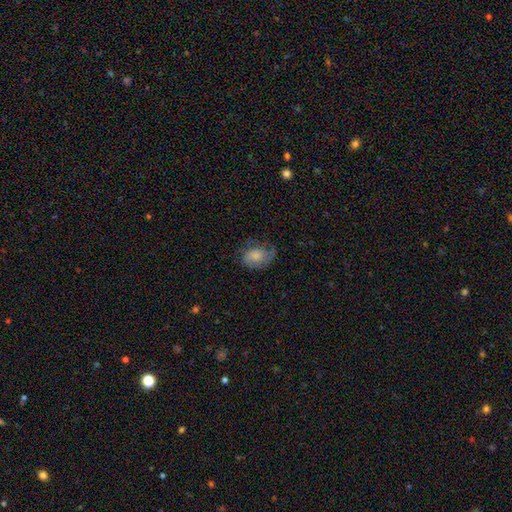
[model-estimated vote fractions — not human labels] smooth_or_featured: smooth (p=0.62) [alt: featured or disk p=0.30]
how_rounded: in between (p=0.72) [alt: round p=0.27]
merging: none (p=0.51) [alt: minor disturbance p=0.30]